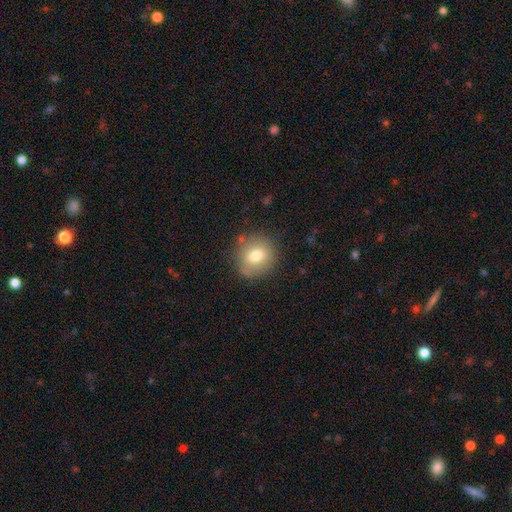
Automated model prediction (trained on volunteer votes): The model was most divided on "smooth or featured": smooth: 74%, featured or disk: 16%, star or artifact: 10%. More confident: how rounded — round (87%); merging — none (80%).